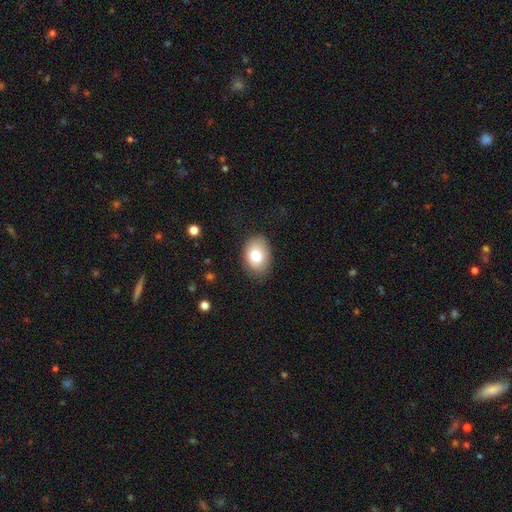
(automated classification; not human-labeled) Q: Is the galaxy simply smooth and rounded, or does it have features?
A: smooth — 79%.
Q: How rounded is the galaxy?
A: in between — 81%.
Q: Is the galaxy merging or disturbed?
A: none — 82%.